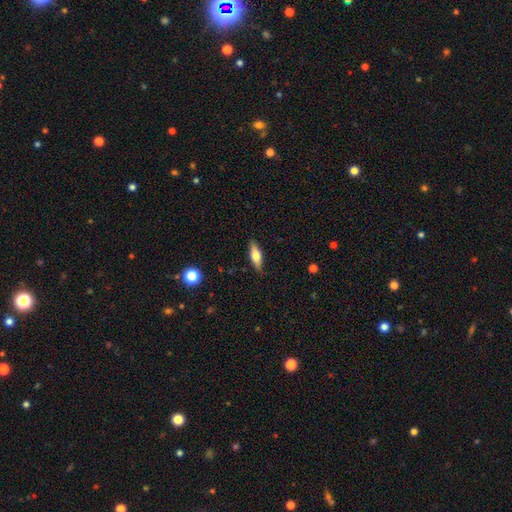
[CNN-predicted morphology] type=smooth (57%); roundness=in between (53%); merging=none (85%).